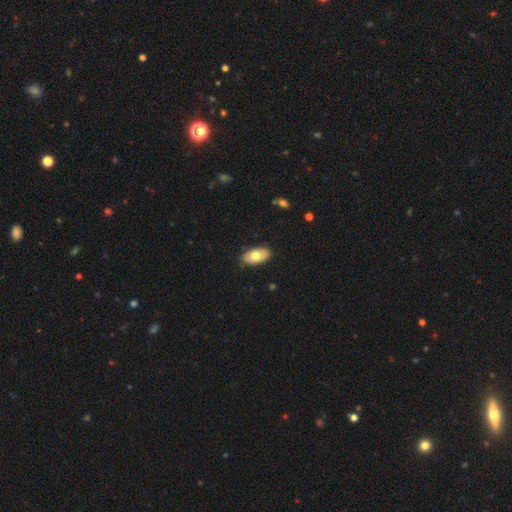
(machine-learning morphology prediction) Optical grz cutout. It shows a smooth galaxy with no disk features (70%) that is in between round and cigar-shaped (94%). Merging: none (85%).